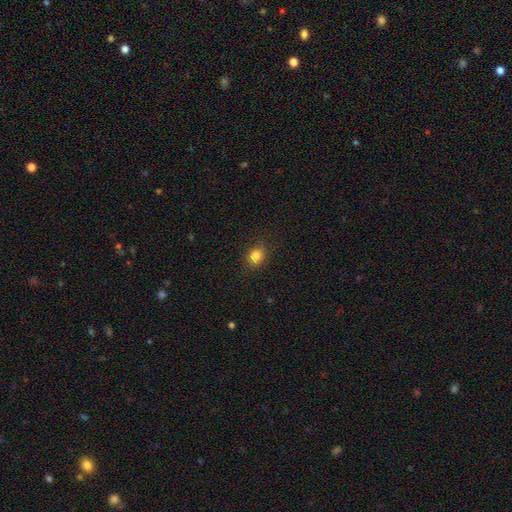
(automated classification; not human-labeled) Smooth or featured? smooth (82%)
How rounded? round (61%)
Merging? none (85%)